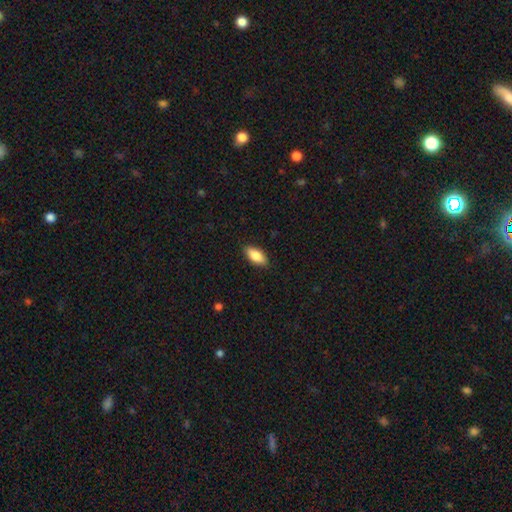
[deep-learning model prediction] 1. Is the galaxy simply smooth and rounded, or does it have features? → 84% smooth, 10% featured or disk, 6% star or artifact.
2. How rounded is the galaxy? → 87% in between, 10% cigar-shaped, 3% round.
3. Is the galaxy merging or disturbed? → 88% none, 9% minor disturbance, 2% major disturbance, 1% merger.